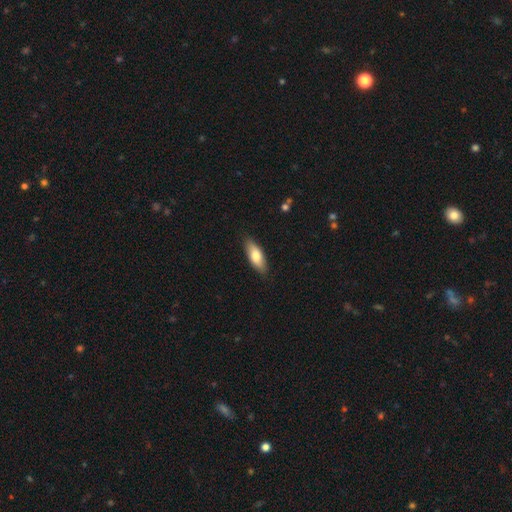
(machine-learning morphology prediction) Overall: smooth (75%). How rounded: in between (70%). Merging: none (87%).